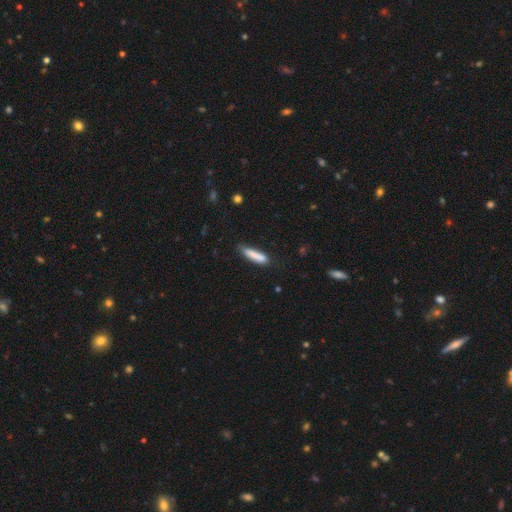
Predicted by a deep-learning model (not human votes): A smooth galaxy with no disk features (83%) that is cigar-shaped (83%).

Vote fractions:
- Smooth or featured? smooth: 83% / featured or disk: 11% / star or artifact: 6%
- How rounded? cigar-shaped: 83% / in between: 16% / round: 1%
- Merging? none: 73% / minor disturbance: 20% / major disturbance: 4% / merger: 3%